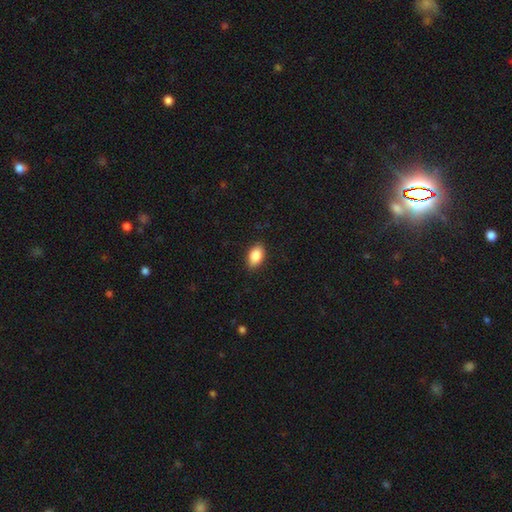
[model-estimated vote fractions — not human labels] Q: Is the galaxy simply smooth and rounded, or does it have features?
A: smooth — 87%.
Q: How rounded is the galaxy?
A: in between — 90%.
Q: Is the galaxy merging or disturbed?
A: none — 88%.